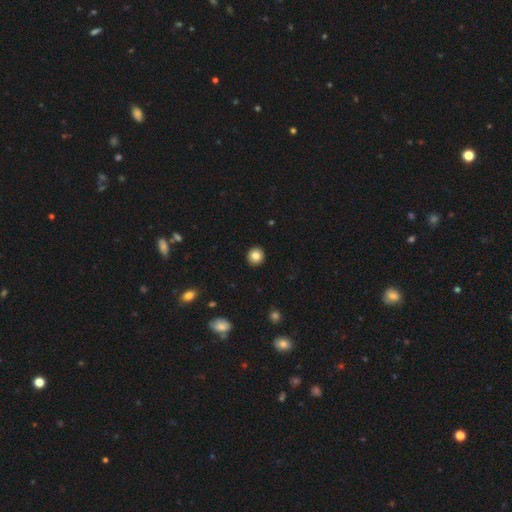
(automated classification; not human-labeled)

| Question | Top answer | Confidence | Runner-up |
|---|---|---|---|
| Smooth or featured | smooth | 84% | star or artifact (10%) |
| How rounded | round | 93% | in between (6%) |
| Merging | none | 93% | minor disturbance (5%) |